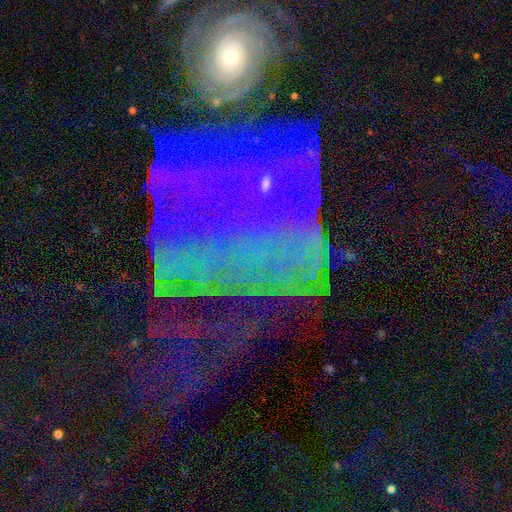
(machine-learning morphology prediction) Smooth or featured? featured or disk (48%)
Merging? none (37%)